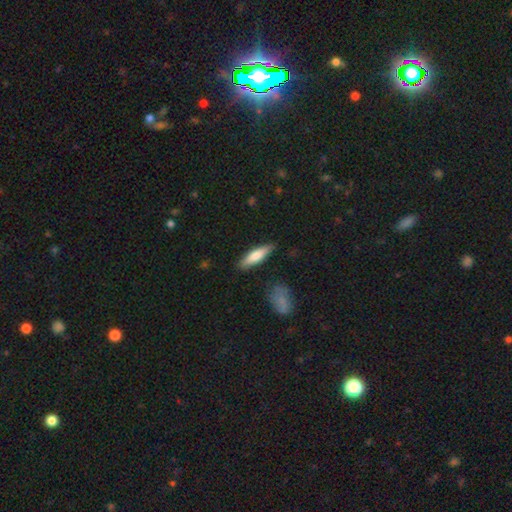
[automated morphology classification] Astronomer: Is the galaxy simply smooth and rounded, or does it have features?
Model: smooth — 71%.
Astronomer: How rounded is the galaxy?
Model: cigar-shaped — 64%.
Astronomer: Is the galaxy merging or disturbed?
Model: none — 83%.